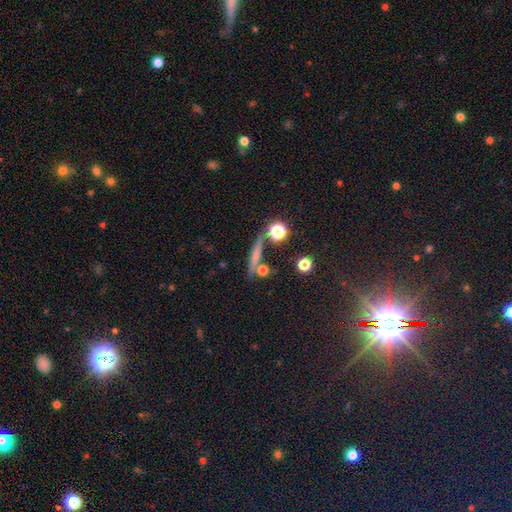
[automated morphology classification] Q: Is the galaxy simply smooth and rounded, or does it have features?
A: smooth — 49%.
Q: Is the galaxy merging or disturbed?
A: none — 73%.